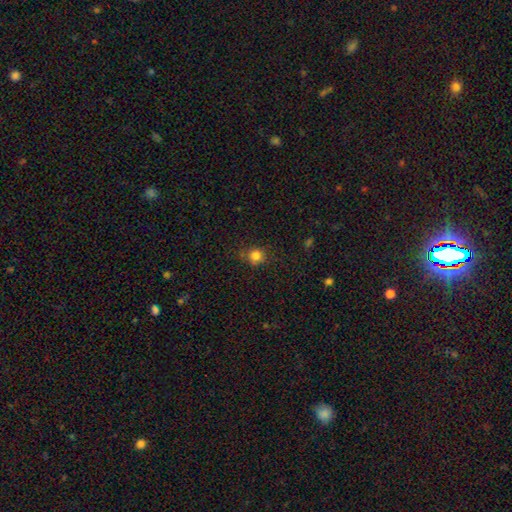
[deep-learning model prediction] smooth 82%, star or artifact 13%, featured or disk 5%. Down the decision tree: how rounded — round (87%); merging — none (77%).